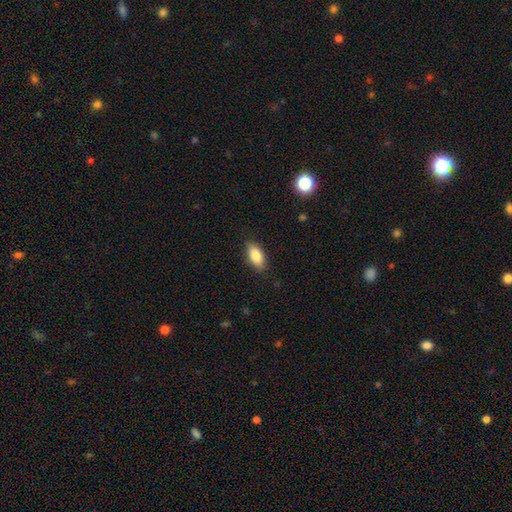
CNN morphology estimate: smooth_or_featured: smooth (p=0.85) [alt: featured or disk p=0.08]
how_rounded: in between (p=0.87) [alt: cigar-shaped p=0.10]
merging: none (p=0.86) [alt: minor disturbance p=0.11]